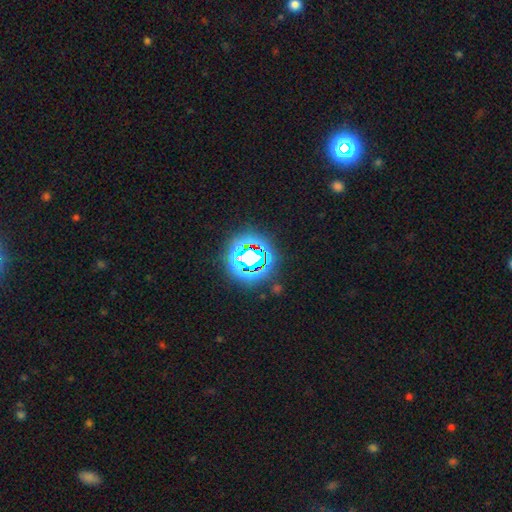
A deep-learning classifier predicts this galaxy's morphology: Smooth or featured? star or artifact (75%)